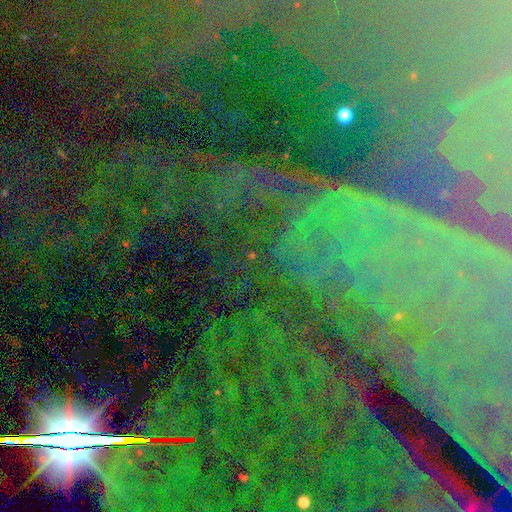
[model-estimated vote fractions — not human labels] Morphology: type=star or artifact (80%).